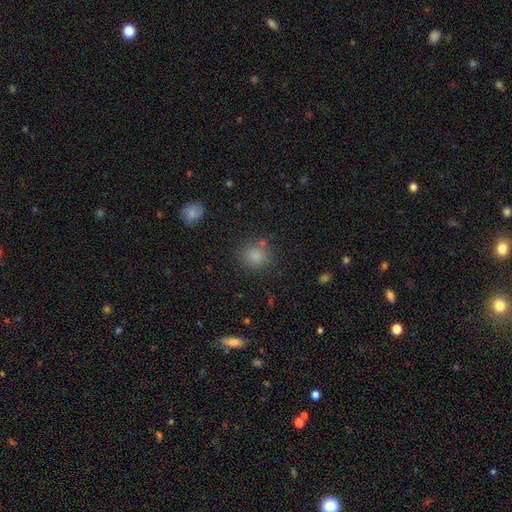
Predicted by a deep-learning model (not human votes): Smooth or featured?
  - smooth: 82% *
  - star or artifact: 13%
  - featured or disk: 6%
How rounded?
  - round: 86% *
  - in between: 13%
  - cigar-shaped: 1%
Merging?
  - none: 80% *
  - minor disturbance: 11%
  - merger: 6%
  - major disturbance: 4%